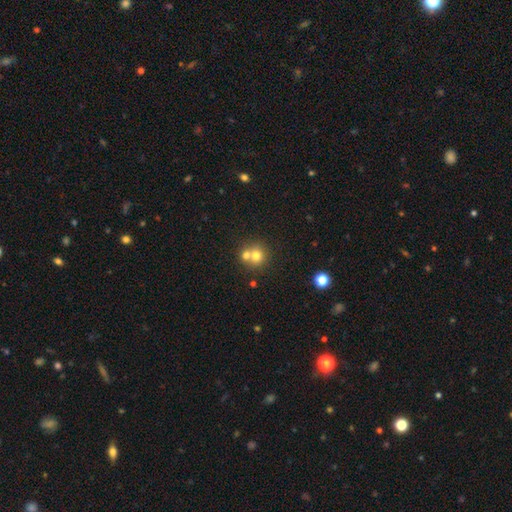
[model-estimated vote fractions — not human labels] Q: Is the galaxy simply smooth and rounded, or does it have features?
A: smooth — 73%.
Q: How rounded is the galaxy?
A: round — 88%.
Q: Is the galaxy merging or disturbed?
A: none — 47%.